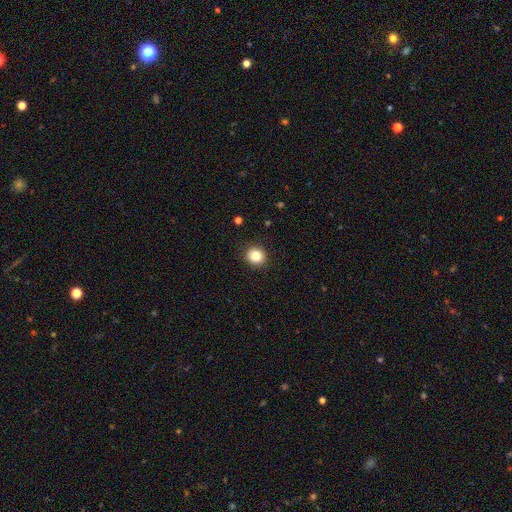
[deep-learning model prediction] Smooth or featured: smooth — 85% (star or artifact — 10%)
How rounded: round — 82% (in between — 17%)
Merging: none — 90% (minor disturbance — 7%)